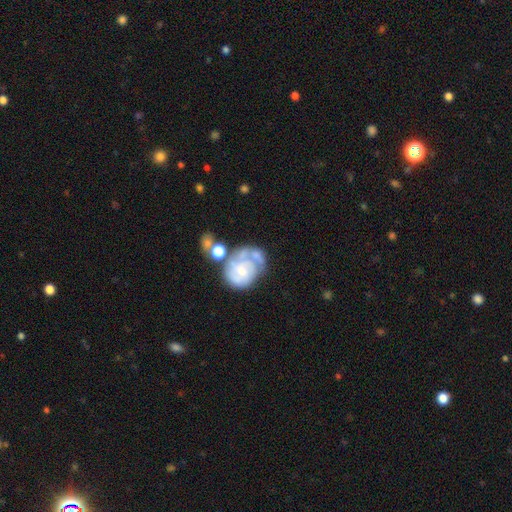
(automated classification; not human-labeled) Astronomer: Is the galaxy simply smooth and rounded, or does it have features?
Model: featured or disk — 70%.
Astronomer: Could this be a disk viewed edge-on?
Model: no — 98%.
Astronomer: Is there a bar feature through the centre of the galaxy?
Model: no — 74%.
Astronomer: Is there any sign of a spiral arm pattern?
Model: yes — 75%.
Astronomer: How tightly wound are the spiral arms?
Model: tight — 59%.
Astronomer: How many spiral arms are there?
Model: can't tell — 40% (runner-up: 2, 26%).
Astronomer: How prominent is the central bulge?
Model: small — 63%.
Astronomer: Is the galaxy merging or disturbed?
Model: none — 34% (runner-up: merger, 23%).